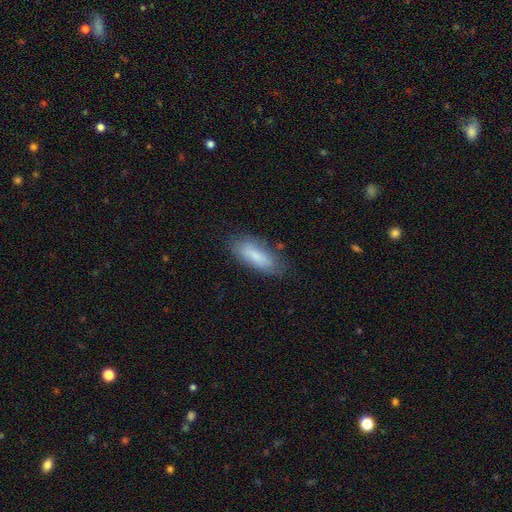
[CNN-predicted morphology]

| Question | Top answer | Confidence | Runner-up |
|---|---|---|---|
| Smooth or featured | smooth | 76% | featured or disk (17%) |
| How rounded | in between | 75% | cigar-shaped (23%) |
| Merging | none | 72% | minor disturbance (21%) |